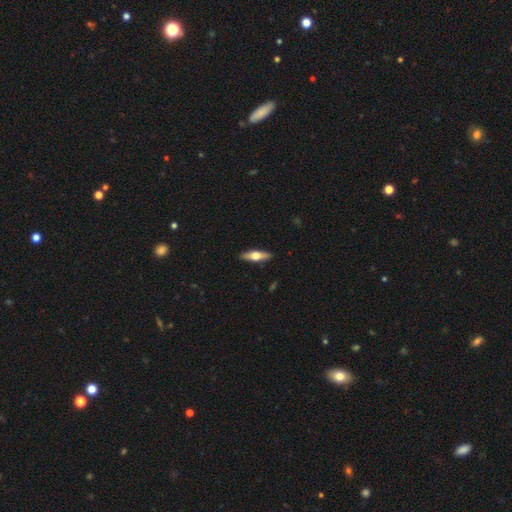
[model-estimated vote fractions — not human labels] featured or disk 50%, smooth 45%, star or artifact 5%. Down the decision tree: merging — none (91%).